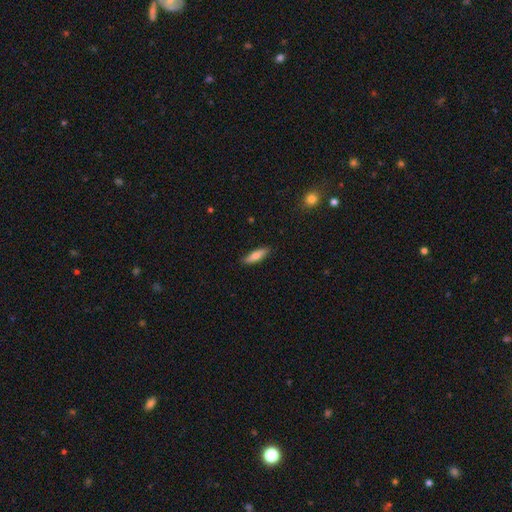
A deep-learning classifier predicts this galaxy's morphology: The model was most divided on "how rounded": cigar-shaped: 63%, in between: 35%, round: 2%. More confident: merging — none (87%); smooth or featured — smooth (70%).